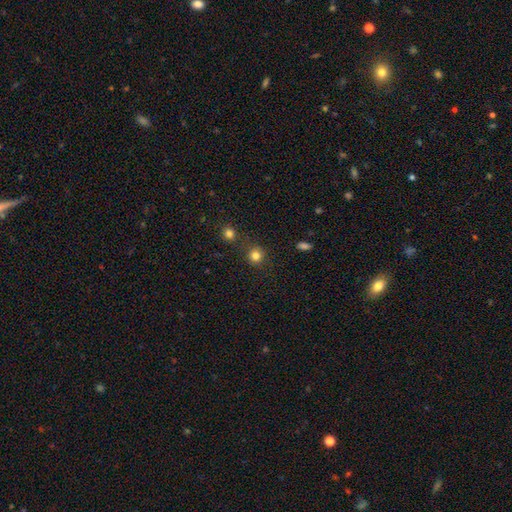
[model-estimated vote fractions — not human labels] Smooth or featured?
  - smooth: 81% *
  - star or artifact: 14%
  - featured or disk: 5%
How rounded?
  - round: 93% *
  - in between: 6%
  - cigar-shaped: 1%
Merging?
  - none: 86% *
  - minor disturbance: 7%
  - merger: 5%
  - major disturbance: 3%